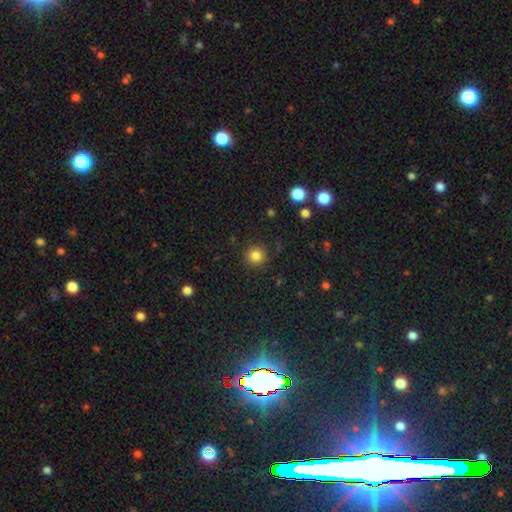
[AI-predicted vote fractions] The model was most divided on "smooth or featured": smooth: 83%, star or artifact: 12%, featured or disk: 5%. More confident: how rounded — round (93%); merging — none (89%).